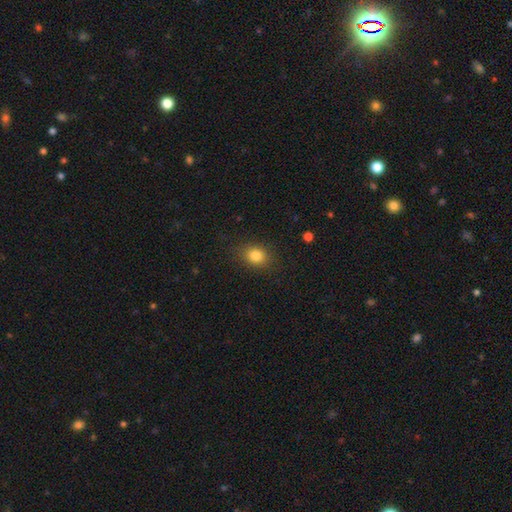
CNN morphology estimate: smooth_or_featured: smooth (p=0.83) [alt: star or artifact p=0.11]
how_rounded: in between (p=0.50) [alt: round p=0.49]
merging: none (p=0.84) [alt: minor disturbance p=0.11]